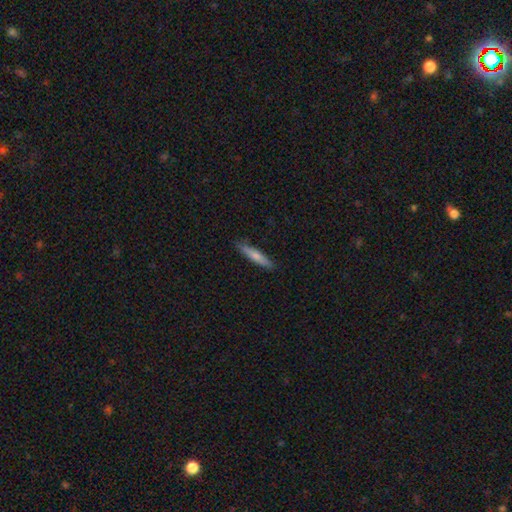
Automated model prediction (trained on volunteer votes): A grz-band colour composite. It shows a smooth galaxy with no disk features (70%) that is cigar-shaped (87%). Merging: none (86%).